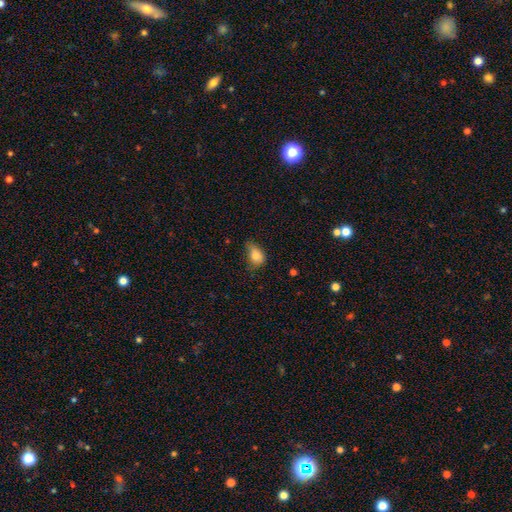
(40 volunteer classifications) This appears to be a smooth galaxy with no disk features (78%) that is in between round and cigar-shaped (81%). Merging: minor disturbance (58%).